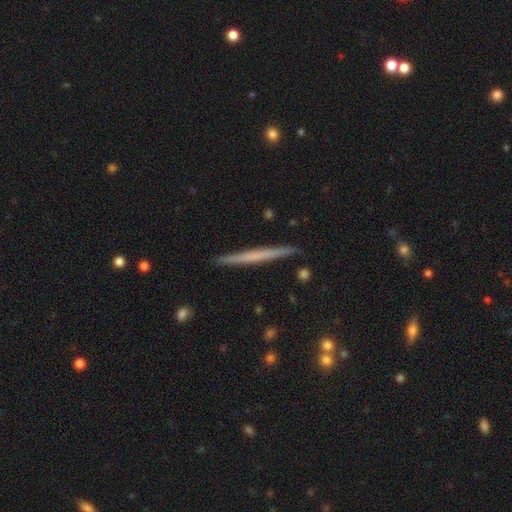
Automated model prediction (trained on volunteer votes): Q: Smooth or featured?
A: featured or disk (49%); runner-up: smooth (45%)
Q: Merging?
A: none (92%); runner-up: minor disturbance (6%)